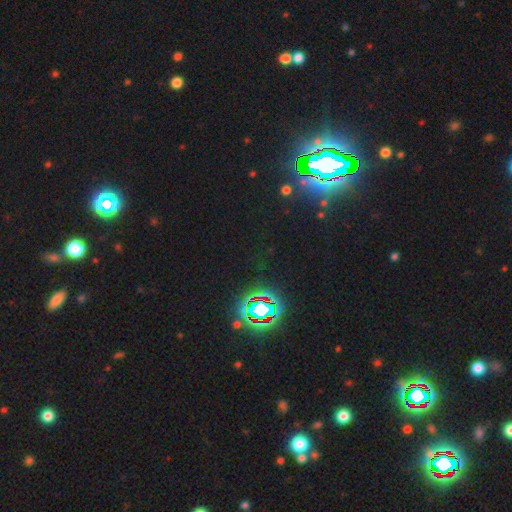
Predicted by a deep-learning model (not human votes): A star or artifact, not a galaxy (83%).

Vote fractions:
- Smooth or featured? star or artifact: 83% / smooth: 9% / featured or disk: 8%